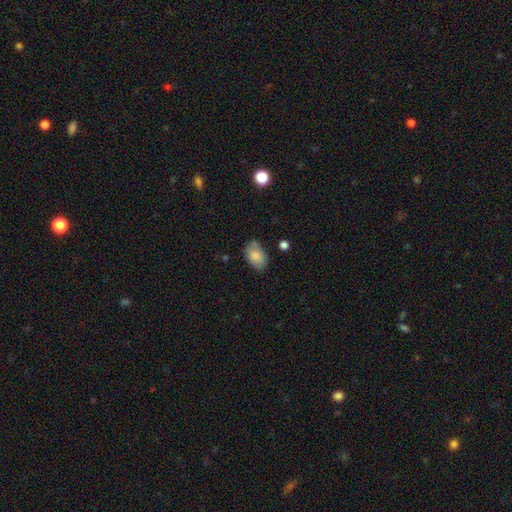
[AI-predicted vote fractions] smooth-or-featured: smooth: 84% | featured or disk: 9% | star or artifact: 7%
  how-rounded: in between: 88% | round: 11% | cigar-shaped: 1%
  merging: none: 71% | minor disturbance: 21% | major disturbance: 4% | merger: 4%